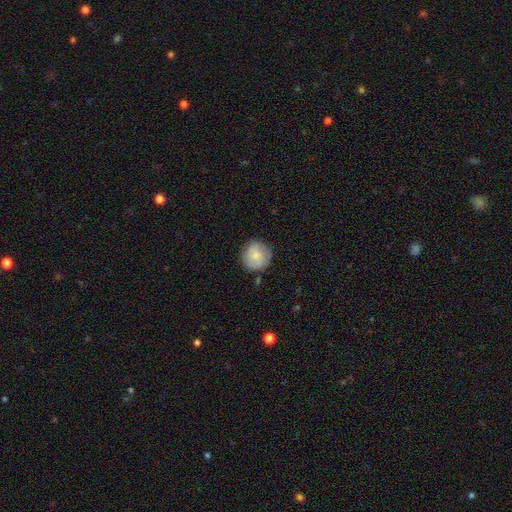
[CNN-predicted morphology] A smooth galaxy with no disk features (79%) that is round (93%). Merging: none (80%).